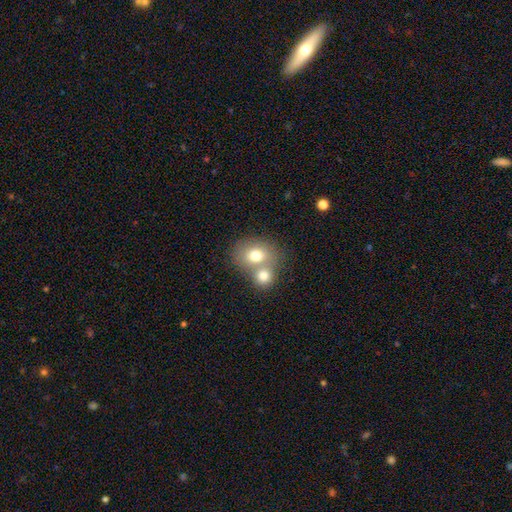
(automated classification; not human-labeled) smooth_or_featured: smooth (p=0.73) [alt: featured or disk p=0.17]
how_rounded: round (p=0.59) [alt: in between p=0.40]
merging: merger (p=0.57) [alt: none p=0.33]